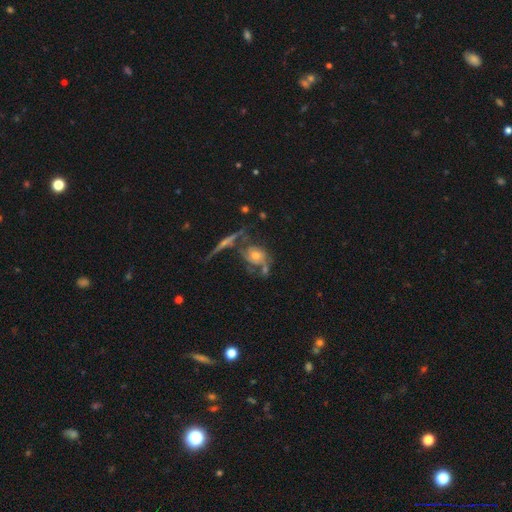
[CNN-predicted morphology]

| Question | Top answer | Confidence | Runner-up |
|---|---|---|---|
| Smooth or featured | featured or disk | 70% | smooth (19%) |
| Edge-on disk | no | 78% | yes (22%) |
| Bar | no | 76% | weak (19%) |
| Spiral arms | yes | 74% | no (26%) |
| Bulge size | moderate | 58% | small (29%) |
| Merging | none | 46% | merger (21%) |